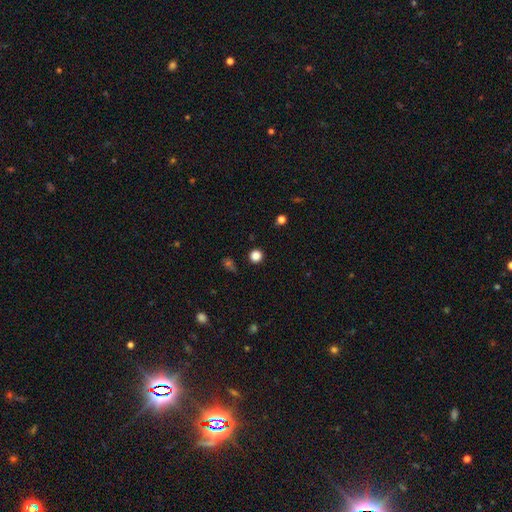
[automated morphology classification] Q: Smooth or featured?
A: smooth (82%); runner-up: star or artifact (15%)
Q: How rounded?
A: round (94%); runner-up: in between (5%)
Q: Merging?
A: none (90%); runner-up: minor disturbance (6%)